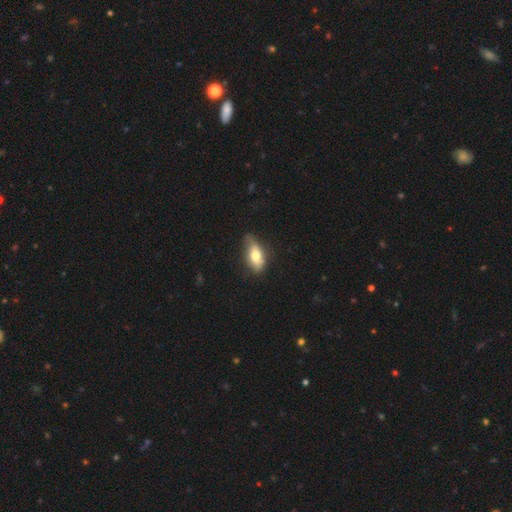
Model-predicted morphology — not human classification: Smooth or featured: smooth — 65% (featured or disk — 28%)
How rounded: in between — 81% (cigar-shaped — 15%)
Merging: none — 60% (minor disturbance — 30%)